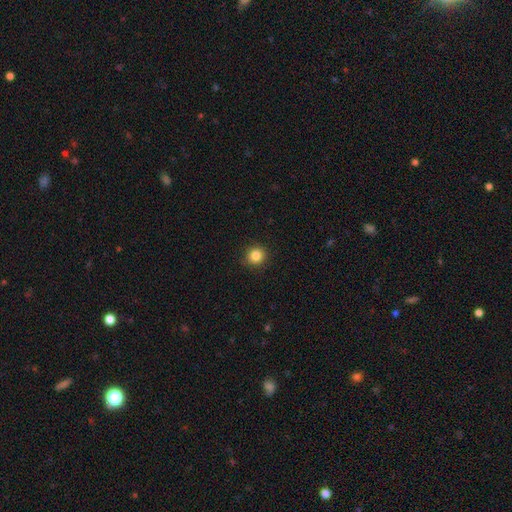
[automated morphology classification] smooth_or_featured: smooth (p=0.85) [alt: star or artifact p=0.11]
how_rounded: round (p=0.92) [alt: in between p=0.07]
merging: none (p=0.90) [alt: minor disturbance p=0.07]